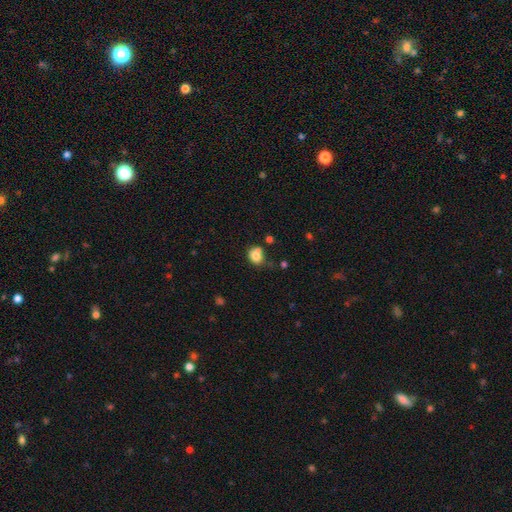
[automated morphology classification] A smooth galaxy with no disk features (80%) that is round (61%). Merging: none (51%).